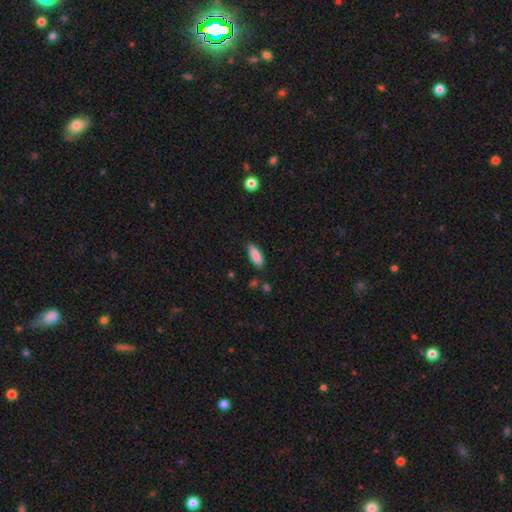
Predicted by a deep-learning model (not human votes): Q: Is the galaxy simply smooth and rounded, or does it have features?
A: smooth — 88%.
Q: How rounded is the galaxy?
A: in between — 70%.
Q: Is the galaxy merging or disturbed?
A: none — 83%.